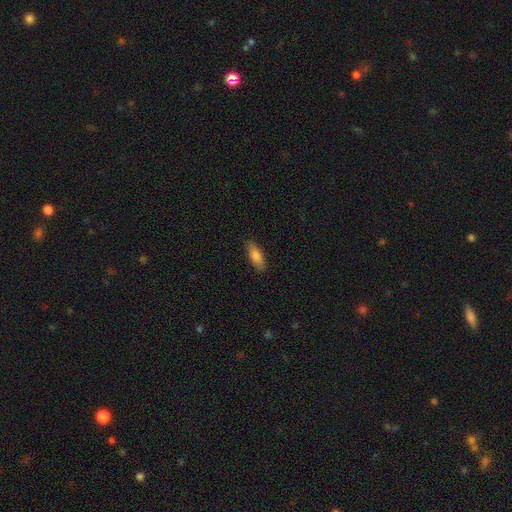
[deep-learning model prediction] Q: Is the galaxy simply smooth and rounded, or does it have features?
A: smooth — 83%.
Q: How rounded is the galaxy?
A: in between — 67%.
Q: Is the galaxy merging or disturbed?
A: none — 86%.